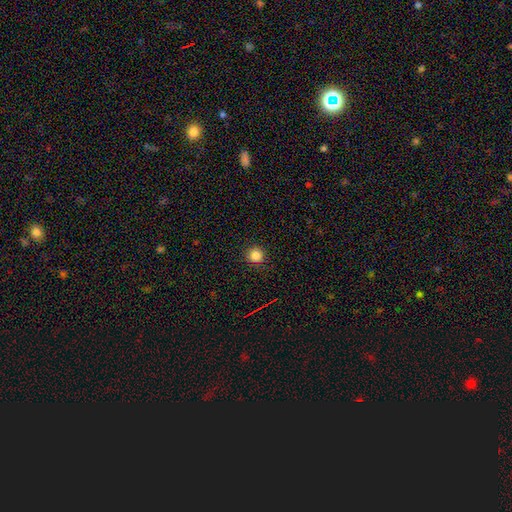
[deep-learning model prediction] Overall: smooth (83%). How rounded: round (94%). Merging: none (91%).